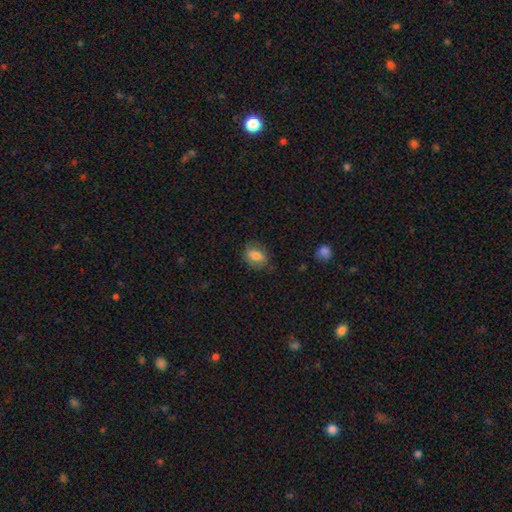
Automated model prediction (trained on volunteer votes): smooth_or_featured: smooth (p=0.74) [alt: featured or disk p=0.18]
how_rounded: in between (p=0.72) [alt: round p=0.25]
merging: none (p=0.75) [alt: minor disturbance p=0.18]